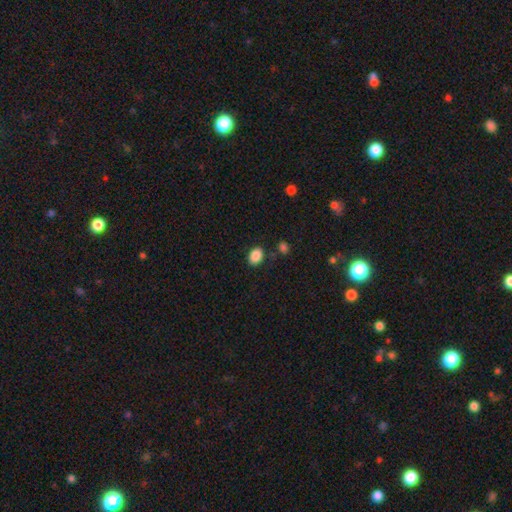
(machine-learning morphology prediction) This appears to be a smooth galaxy with no disk features (88%) that is in between round and cigar-shaped (71%). Merging: none (82%).